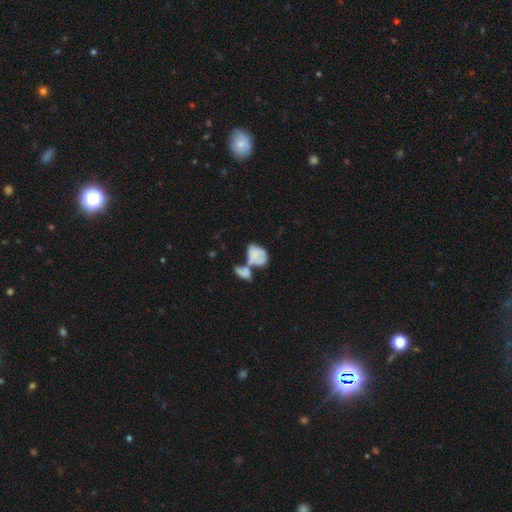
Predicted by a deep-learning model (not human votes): A smooth galaxy with no disk features (62%) that is in between round and cigar-shaped (82%). Merging: merger (64%).